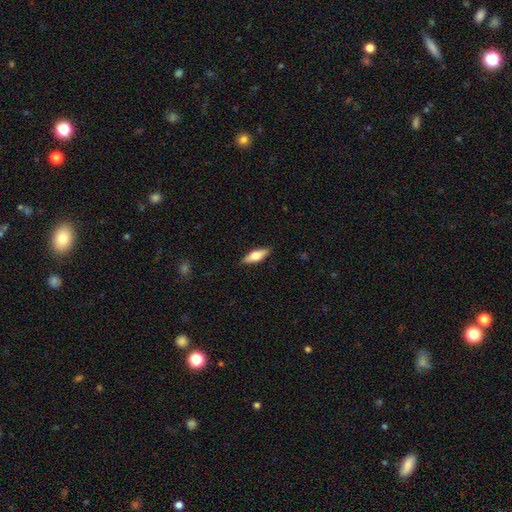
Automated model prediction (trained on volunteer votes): A smooth galaxy with no disk features (54%) that is in between round and cigar-shaped (57%).

Vote fractions:
- Smooth or featured? smooth: 54% / featured or disk: 40% / star or artifact: 6%
- How rounded? in between: 57% / cigar-shaped: 40% / round: 3%
- Merging? none: 88% / minor disturbance: 9% / major disturbance: 2% / merger: 1%